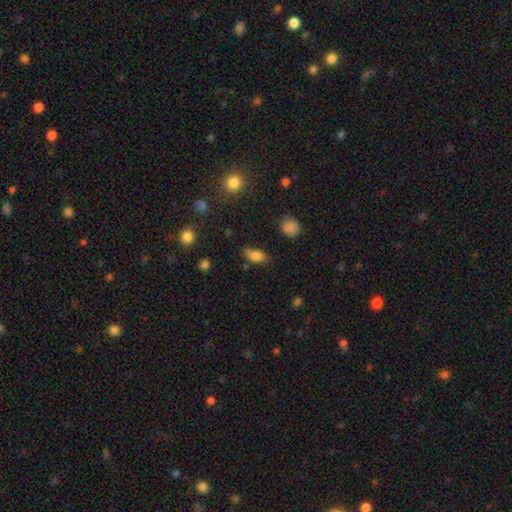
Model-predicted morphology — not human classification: A smooth galaxy with no disk features (82%) that is in between round and cigar-shaped (85%).

Vote fractions:
- Smooth or featured? smooth: 82% / star or artifact: 10% / featured or disk: 9%
- How rounded? in between: 85% / cigar-shaped: 9% / round: 6%
- Merging? none: 73% / minor disturbance: 19% / major disturbance: 5% / merger: 3%